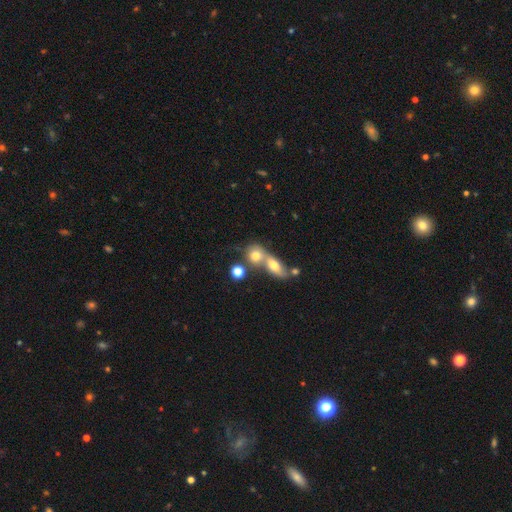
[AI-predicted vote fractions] This appears to be a smooth galaxy with no disk features (72%) that is round (62%). Merging: merger (58%).